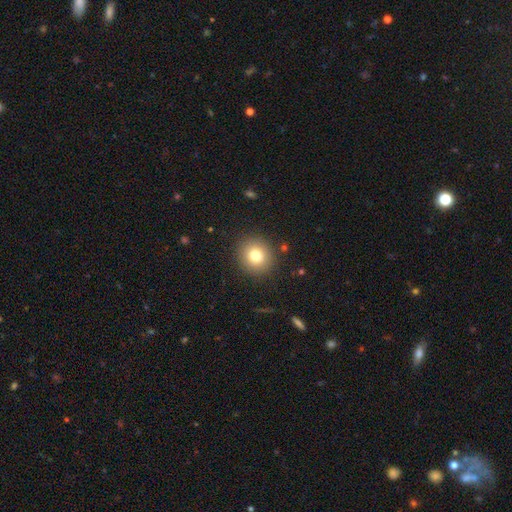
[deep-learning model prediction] Smooth or featured? smooth (78%)
How rounded? round (90%)
Merging? none (90%)